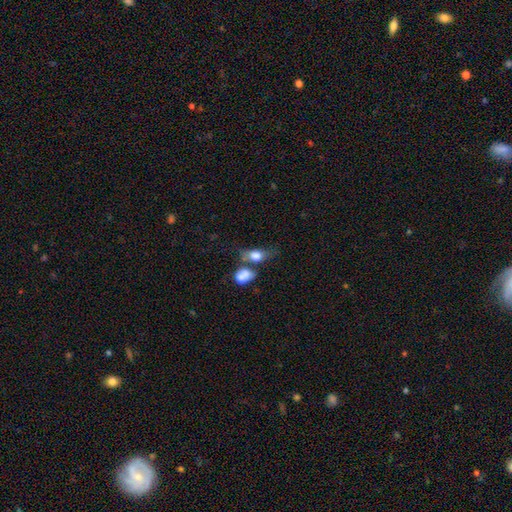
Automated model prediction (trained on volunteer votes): Q: Smooth or featured?
A: smooth (74%); runner-up: featured or disk (17%)
Q: How rounded?
A: in between (73%); runner-up: round (21%)
Q: Merging?
A: merger (42%); runner-up: none (30%)